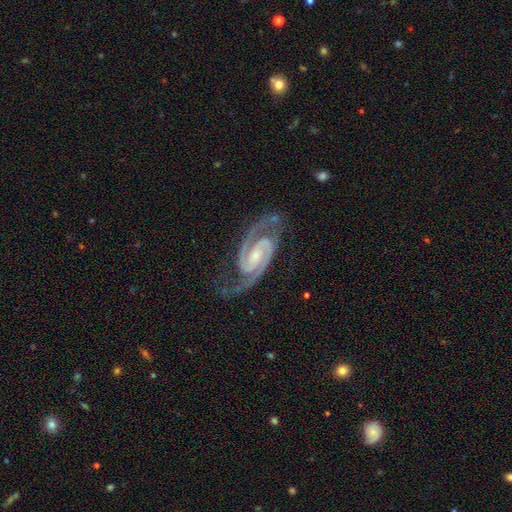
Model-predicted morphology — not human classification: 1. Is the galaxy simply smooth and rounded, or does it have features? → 94% featured or disk, 4% star or artifact, 2% smooth.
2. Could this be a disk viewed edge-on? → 98% no, 2% yes.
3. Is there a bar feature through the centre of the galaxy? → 44% weak, 34% no, 22% strong.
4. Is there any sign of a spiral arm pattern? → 99% yes, 1% no.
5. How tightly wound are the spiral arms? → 48% medium, 47% tight, 6% loose.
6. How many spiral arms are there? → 93% 2, 2% 3, 1% can't tell, 1% 1, 1% 4, 1% more than 4.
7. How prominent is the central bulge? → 57% small, 33% moderate, 7% none, 2% large, 1% dominant.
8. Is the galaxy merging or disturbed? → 78% none, 16% minor disturbance, 5% major disturbance, 1% merger.